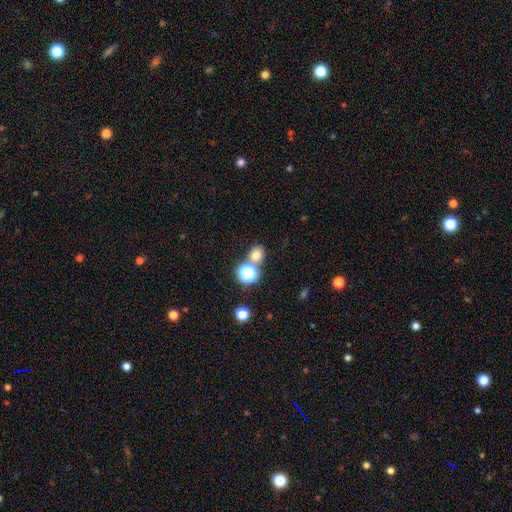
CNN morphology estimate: type=smooth (73%); roundness=round (70%); merging=none (63%).